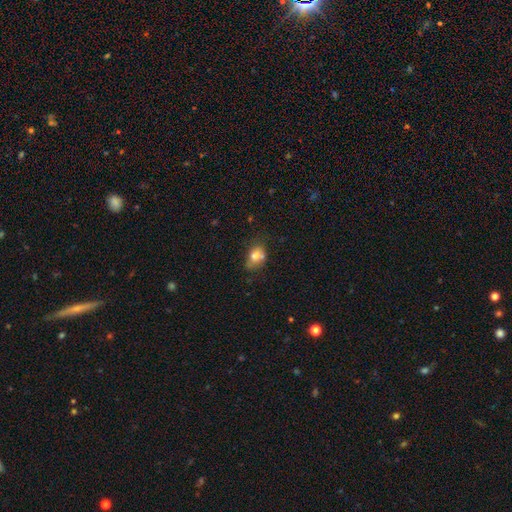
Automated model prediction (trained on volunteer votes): Smooth or featured?
  - smooth: 72% *
  - featured or disk: 18%
  - star or artifact: 11%
How rounded?
  - in between: 73% *
  - round: 25%
  - cigar-shaped: 2%
Merging?
  - none: 43% *
  - merger: 25%
  - minor disturbance: 23%
  - major disturbance: 9%